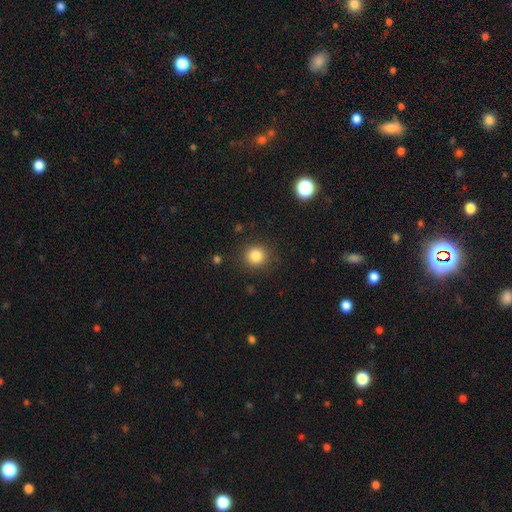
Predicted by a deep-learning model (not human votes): This is clearly a smooth galaxy (83%). How rounded: clearly round (91%). Merging: clearly none (88%).